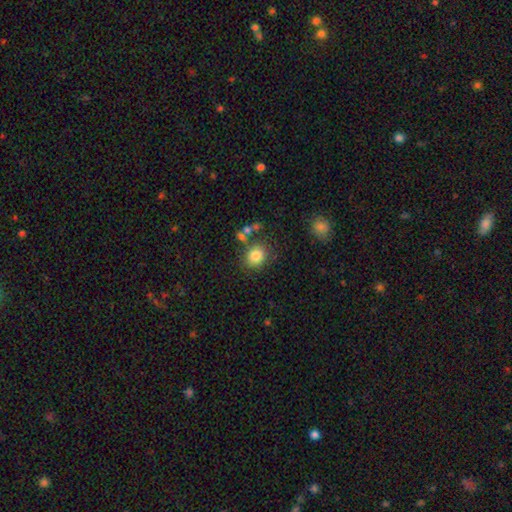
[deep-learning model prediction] Morphology: type=smooth (82%); roundness=round (68%); merging=none (73%).